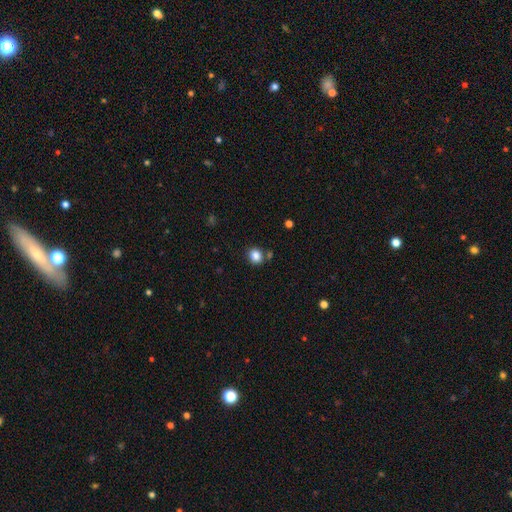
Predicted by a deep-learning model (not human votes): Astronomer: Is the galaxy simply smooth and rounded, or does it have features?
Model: smooth — 85%.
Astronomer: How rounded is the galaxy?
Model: round — 72%.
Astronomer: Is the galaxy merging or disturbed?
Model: none — 78%.